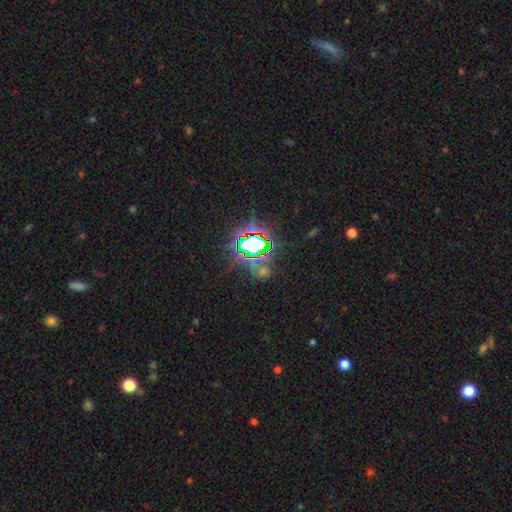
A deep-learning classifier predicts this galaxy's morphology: Overall: star or artifact (78%).